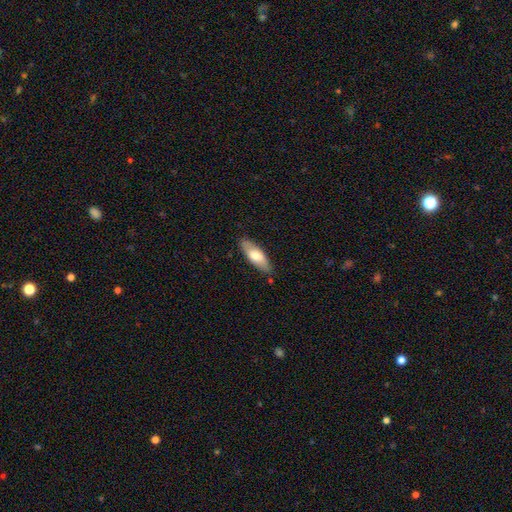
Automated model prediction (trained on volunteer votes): Smooth or featured? smooth (68%)
How rounded? in between (67%)
Merging? none (83%)